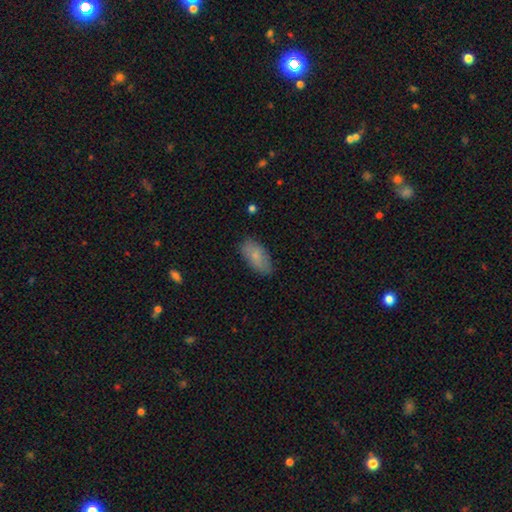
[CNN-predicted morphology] A smooth galaxy with no disk features (78%) that is in between round and cigar-shaped (91%). Merging: none (79%).